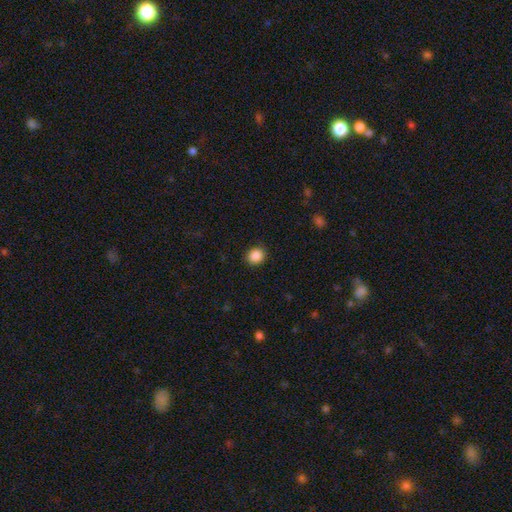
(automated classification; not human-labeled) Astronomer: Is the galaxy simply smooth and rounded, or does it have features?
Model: smooth — 88%.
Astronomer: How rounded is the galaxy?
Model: round — 80%.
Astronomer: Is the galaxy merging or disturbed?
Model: none — 90%.